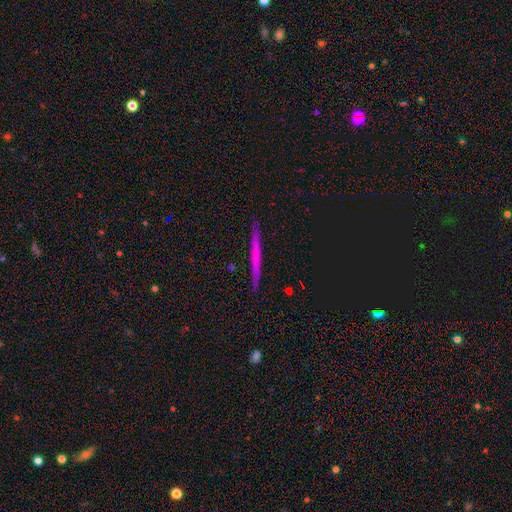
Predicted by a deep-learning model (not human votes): Morphology: type=featured or disk (49%); merging=none (92%).